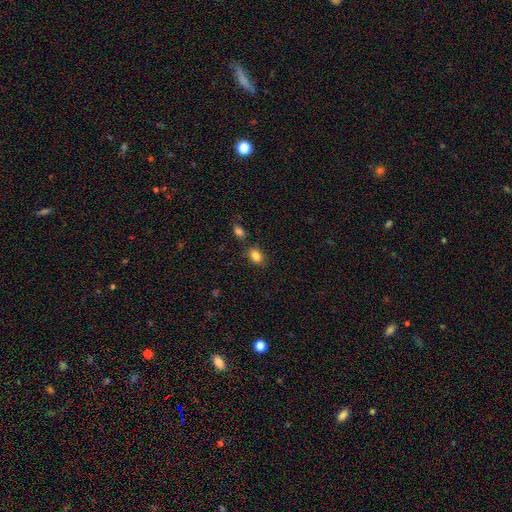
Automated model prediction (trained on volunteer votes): Smooth or featured? Predicted: smooth (p=0.85). How rounded? Predicted: in between (p=0.75). Merging? Predicted: none (p=0.77).